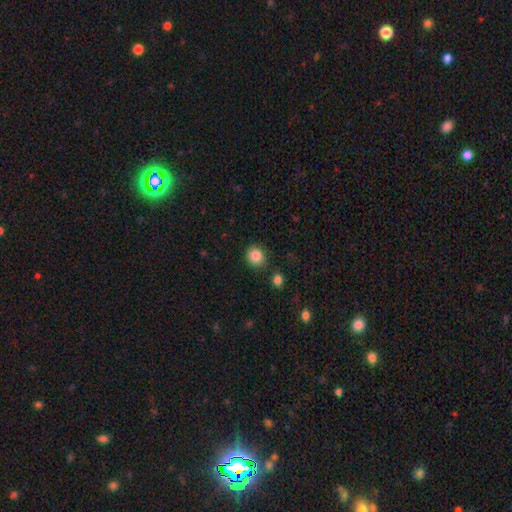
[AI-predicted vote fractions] Smooth or featured: smooth — 86% (star or artifact — 10%)
How rounded: round — 83% (in between — 16%)
Merging: none — 86% (minor disturbance — 8%)